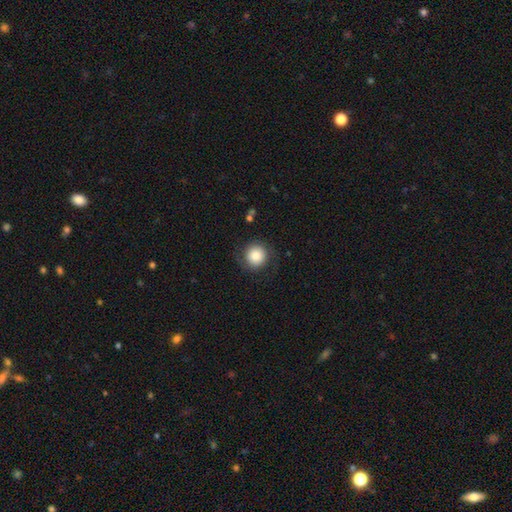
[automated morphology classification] Q: Smooth or featured?
A: smooth (71%); runner-up: featured or disk (20%)
Q: How rounded?
A: round (92%); runner-up: in between (7%)
Q: Merging?
A: none (78%); runner-up: minor disturbance (14%)